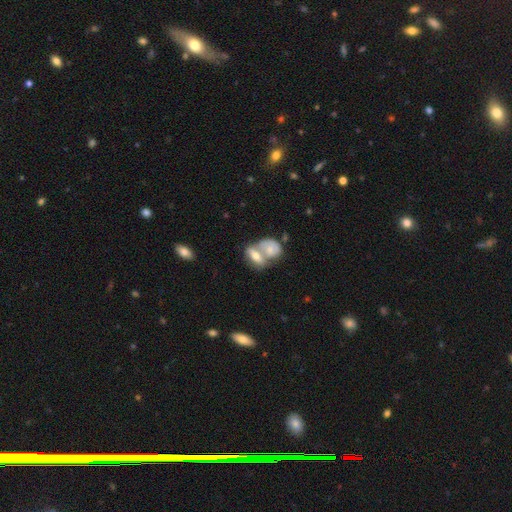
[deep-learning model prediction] smooth-or-featured: smooth: 61% | featured or disk: 32% | star or artifact: 8%
  how-rounded: in between: 78% | round: 13% | cigar-shaped: 8%
  merging: merger: 67% | none: 21% | minor disturbance: 8% | major disturbance: 4%